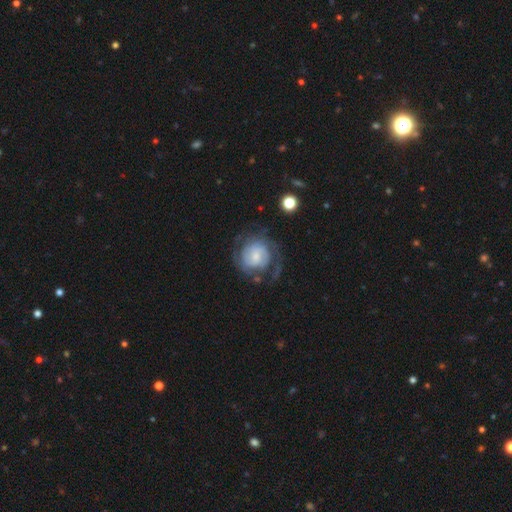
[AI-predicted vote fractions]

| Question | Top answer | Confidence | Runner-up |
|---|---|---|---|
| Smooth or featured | featured or disk | 72% | smooth (21%) |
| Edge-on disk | no | 98% | yes (2%) |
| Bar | no | 58% | weak (35%) |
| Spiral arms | yes | 88% | no (12%) |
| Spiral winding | tight | 52% | medium (33%) |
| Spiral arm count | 2 | 38% | can't tell (36%) |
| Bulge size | small | 52% | moderate (32%) |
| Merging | none | 57% | major disturbance (22%) |